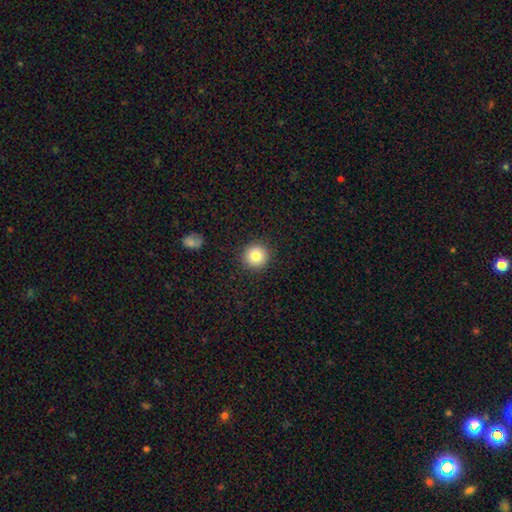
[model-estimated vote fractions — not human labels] This is clearly a smooth galaxy (81%). How rounded: clearly round (96%). Merging: clearly none (92%).